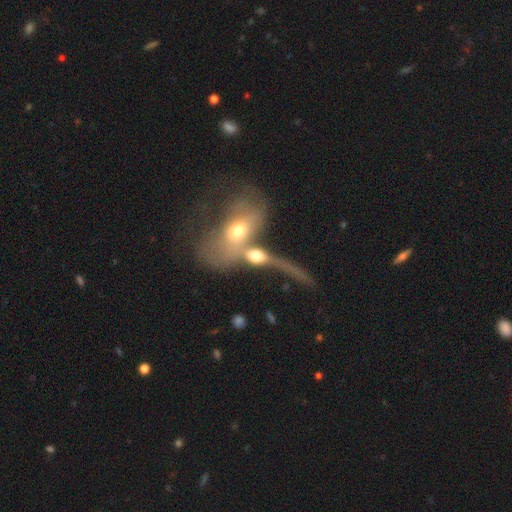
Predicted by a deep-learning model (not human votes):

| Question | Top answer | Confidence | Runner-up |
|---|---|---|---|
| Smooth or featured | smooth | 46% | featured or disk (43%) |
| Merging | merger | 67% | major disturbance (16%) |